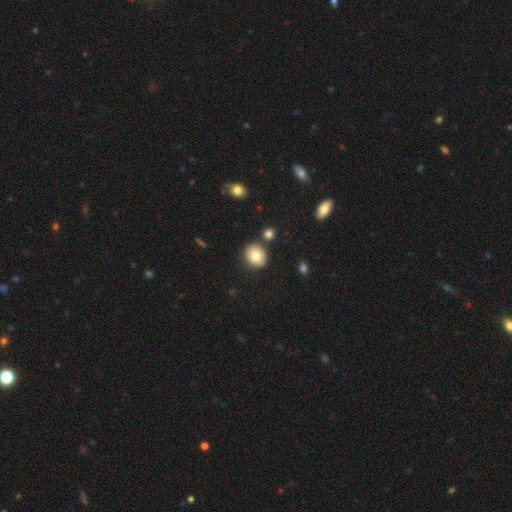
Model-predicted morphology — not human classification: smooth-or-featured: smooth: 79% | featured or disk: 12% | star or artifact: 9%
  how-rounded: round: 74% | in between: 25% | cigar-shaped: 1%
  merging: none: 81% | minor disturbance: 10% | merger: 6% | major disturbance: 3%